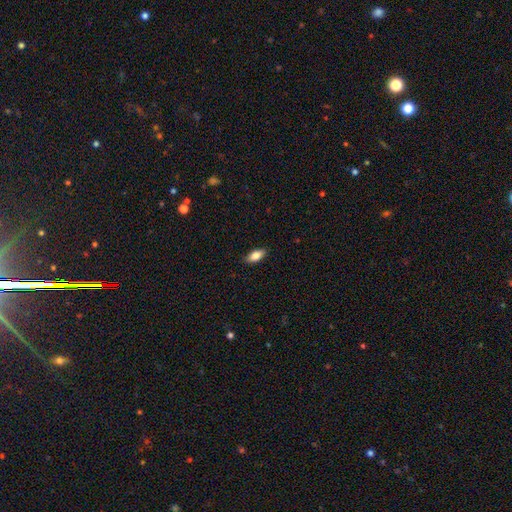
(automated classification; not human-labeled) Smooth or featured? smooth (81%)
How rounded? in between (85%)
Merging? none (88%)